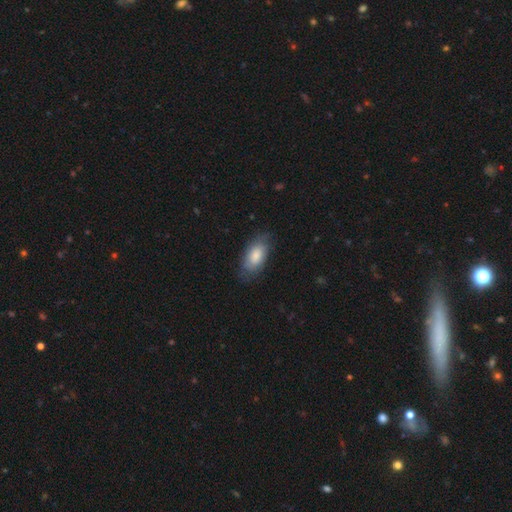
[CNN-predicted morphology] This appears to be a smooth galaxy with no disk features (75%) that is in between round and cigar-shaped (92%). Merging: none (72%).